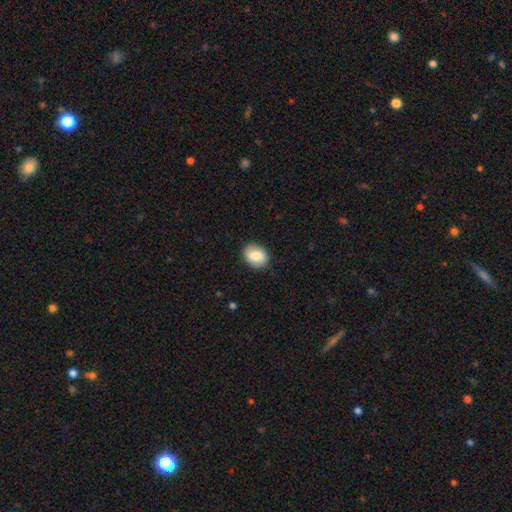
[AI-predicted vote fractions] smooth_or_featured: smooth (p=0.74) [alt: featured or disk p=0.19]
how_rounded: round (p=0.52) [alt: in between p=0.47]
merging: none (p=0.87) [alt: minor disturbance p=0.09]